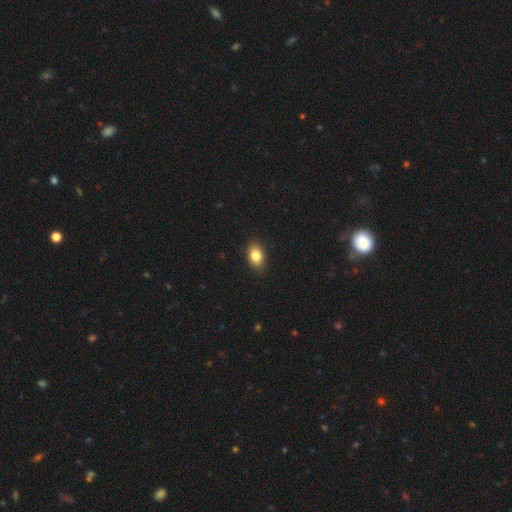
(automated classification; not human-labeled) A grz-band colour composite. It shows a smooth galaxy with no disk features (83%) that is in between round and cigar-shaped (85%). Merging: none (88%).